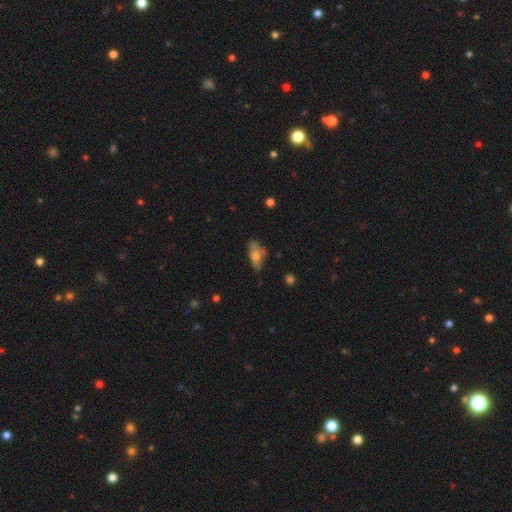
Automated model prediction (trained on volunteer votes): Smooth or featured?
  - smooth: 58% *
  - featured or disk: 33%
  - star or artifact: 9%
How rounded?
  - in between: 82% *
  - cigar-shaped: 12%
  - round: 5%
Merging?
  - none: 48% *
  - minor disturbance: 32%
  - major disturbance: 14%
  - merger: 6%